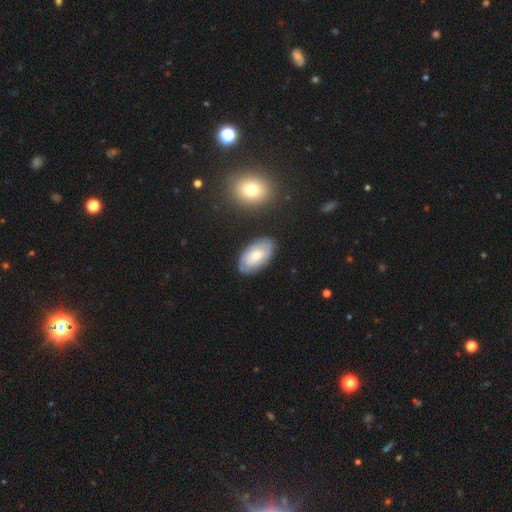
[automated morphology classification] Q: Smooth or featured?
A: smooth (57%); runner-up: featured or disk (37%)
Q: How rounded?
A: in between (94%); runner-up: round (4%)
Q: Merging?
A: none (79%); runner-up: minor disturbance (15%)